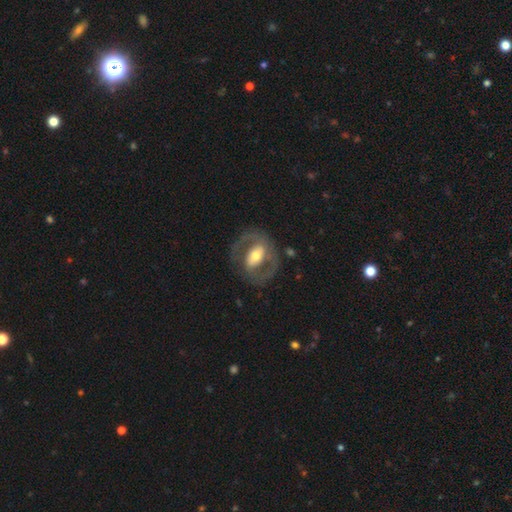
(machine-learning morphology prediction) Q: Smooth or featured?
A: featured or disk (73%); runner-up: smooth (22%)
Q: Edge-on disk?
A: no (95%); runner-up: yes (5%)
Q: Bar?
A: strong (39%); runner-up: weak (33%)
Q: Spiral arms?
A: yes (64%); runner-up: no (36%)
Q: Bulge size?
A: moderate (63%); runner-up: large (18%)
Q: Merging?
A: none (73%); runner-up: minor disturbance (13%)